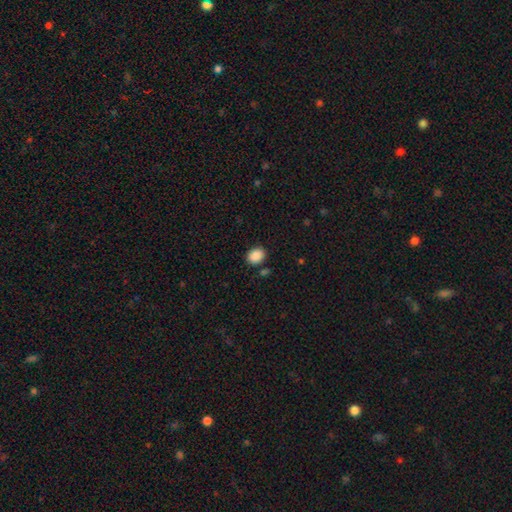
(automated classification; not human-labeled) Smooth or featured?
  - smooth: 89% *
  - star or artifact: 8%
  - featured or disk: 3%
How rounded?
  - in between: 60% *
  - round: 40%
  - cigar-shaped: 1%
Merging?
  - none: 84% *
  - minor disturbance: 10%
  - merger: 4%
  - major disturbance: 3%